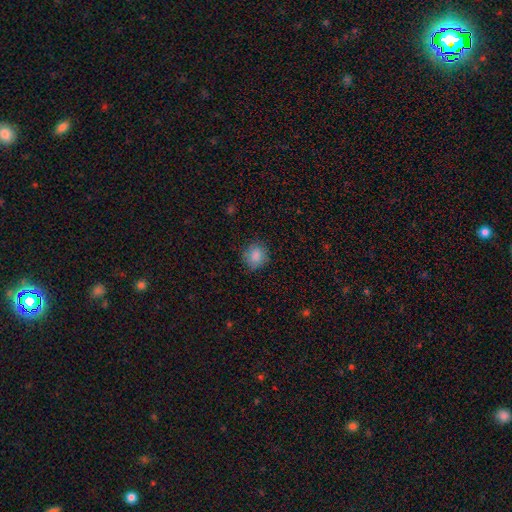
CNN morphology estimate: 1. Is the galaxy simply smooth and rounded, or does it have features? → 86% smooth, 9% star or artifact, 6% featured or disk.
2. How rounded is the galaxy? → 81% round, 18% in between, 1% cigar-shaped.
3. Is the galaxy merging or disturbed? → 83% none, 13% minor disturbance, 3% major disturbance, 1% merger.